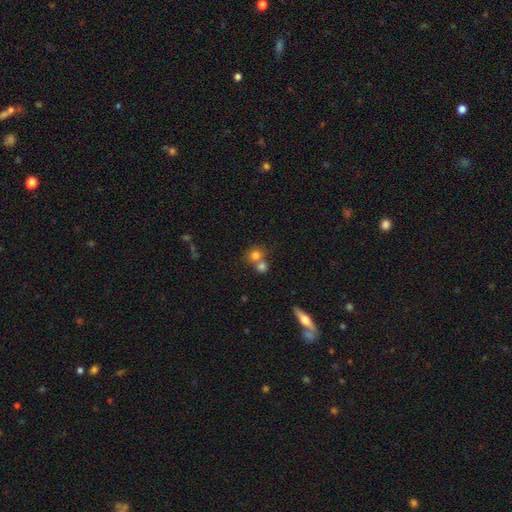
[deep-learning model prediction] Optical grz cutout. It shows a smooth galaxy with no disk features (77%) that is round (82%). Merging: merger (47%).